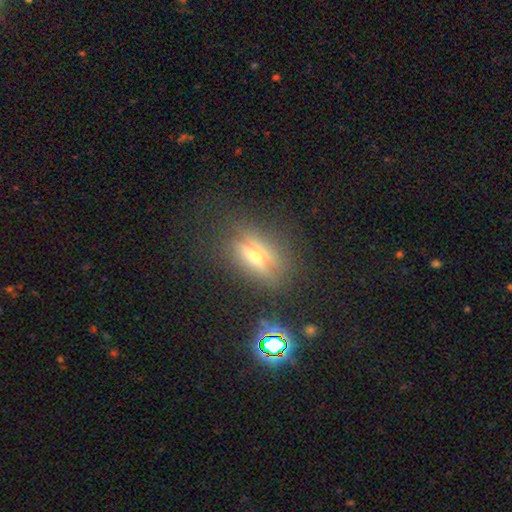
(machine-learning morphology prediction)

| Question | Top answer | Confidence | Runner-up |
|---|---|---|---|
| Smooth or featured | featured or disk | 48% | smooth (30%) |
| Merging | none | 77% | minor disturbance (14%) |